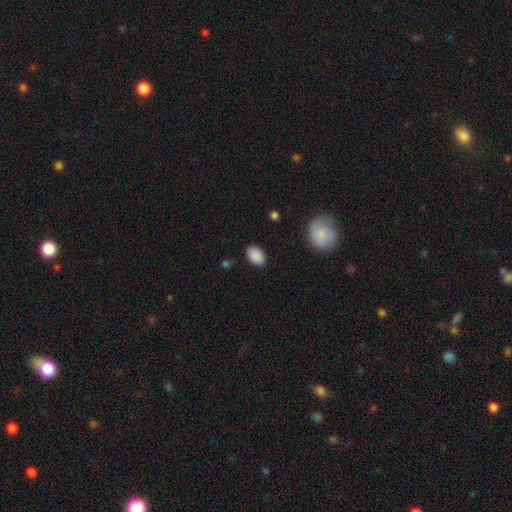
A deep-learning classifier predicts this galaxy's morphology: A smooth galaxy with no disk features (89%) that is in between round and cigar-shaped (85%).

Vote fractions:
- Smooth or featured? smooth: 89% / star or artifact: 7% / featured or disk: 4%
- How rounded? in between: 85% / round: 14% / cigar-shaped: 1%
- Merging? none: 85% / minor disturbance: 11% / major disturbance: 3% / merger: 1%